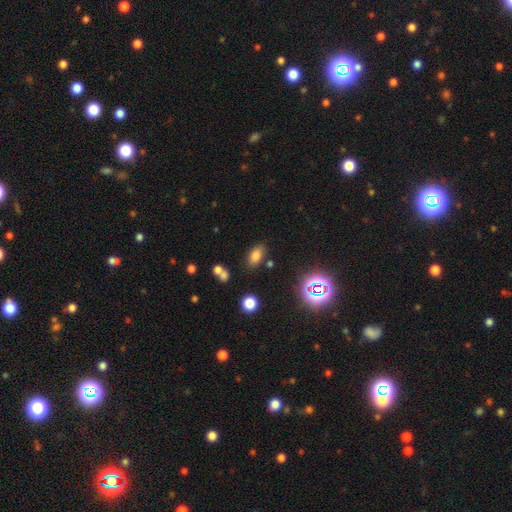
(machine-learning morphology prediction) type=smooth (75%); roundness=in between (89%); merging=none (78%).